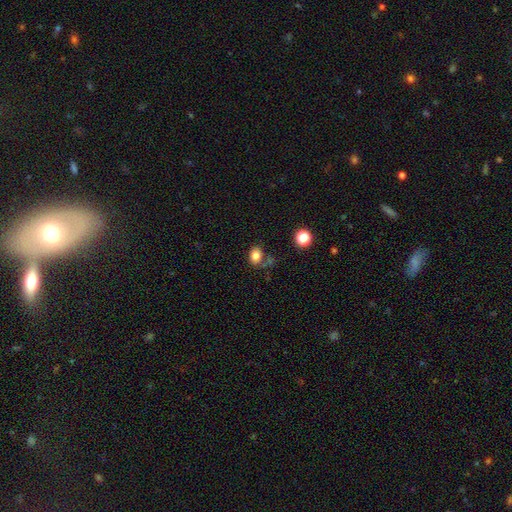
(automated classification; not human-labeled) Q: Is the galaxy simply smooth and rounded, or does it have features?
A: smooth — 82%.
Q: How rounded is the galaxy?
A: in between — 56%.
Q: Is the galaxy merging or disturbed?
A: none — 69%.